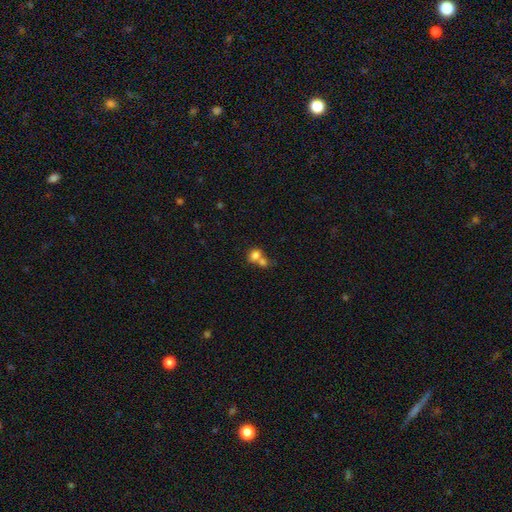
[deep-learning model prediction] smooth-or-featured: smooth: 78% | featured or disk: 12% | star or artifact: 10%
  how-rounded: round: 62% | in between: 37% | cigar-shaped: 1%
  merging: merger: 61% | none: 29% | minor disturbance: 7% | major disturbance: 4%